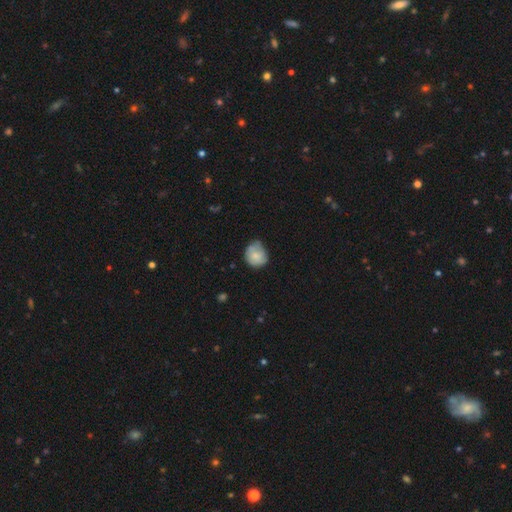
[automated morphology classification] smooth-or-featured: smooth: 74% | featured or disk: 18% | star or artifact: 8%
  how-rounded: round: 78% | in between: 21% | cigar-shaped: 1%
  merging: none: 51% | minor disturbance: 37% | major disturbance: 8% | merger: 4%